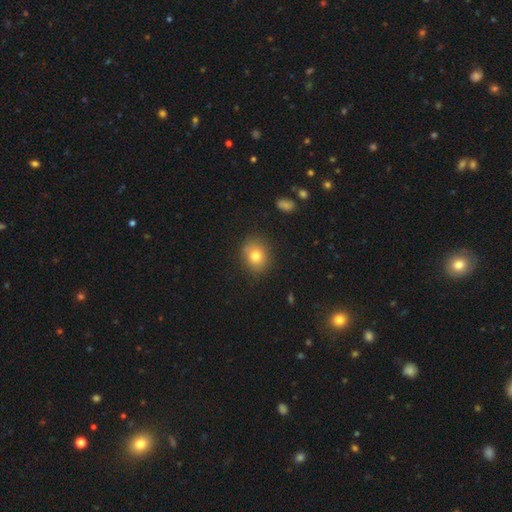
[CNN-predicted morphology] Smooth or featured? Predicted: smooth (p=0.77). How rounded? Predicted: round (p=0.63). Merging? Predicted: none (p=0.81).